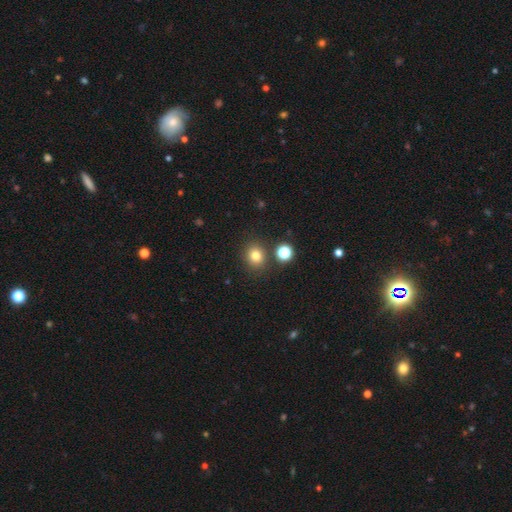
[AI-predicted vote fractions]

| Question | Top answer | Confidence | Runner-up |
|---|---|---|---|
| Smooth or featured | smooth | 79% | star or artifact (15%) |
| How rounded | round | 79% | in between (21%) |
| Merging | none | 83% | minor disturbance (8%) |